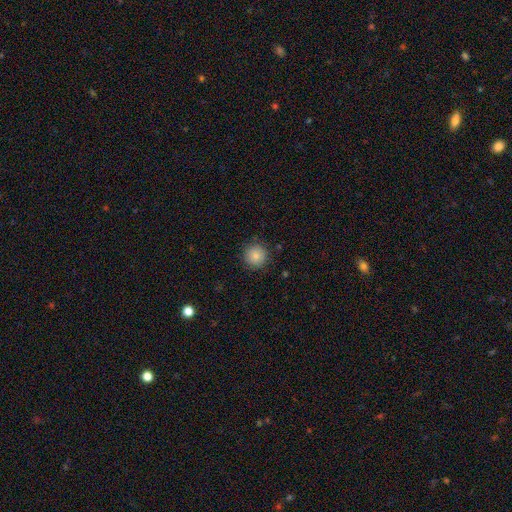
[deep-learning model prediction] A smooth galaxy with no disk features (84%) that is round (95%).

Vote fractions:
- Smooth or featured? smooth: 84% / star or artifact: 10% / featured or disk: 6%
- How rounded? round: 95% / in between: 4% / cigar-shaped: 1%
- Merging? none: 88% / minor disturbance: 8% / major disturbance: 2% / merger: 1%